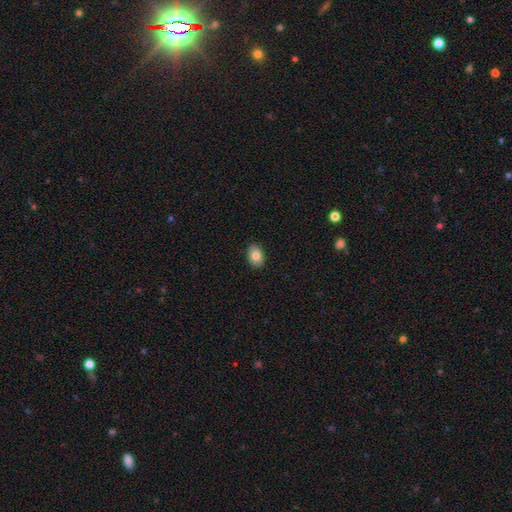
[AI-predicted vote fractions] smooth 81%, featured or disk 11%, star or artifact 8%. Down the decision tree: how rounded — in between (77%); merging — none (89%).